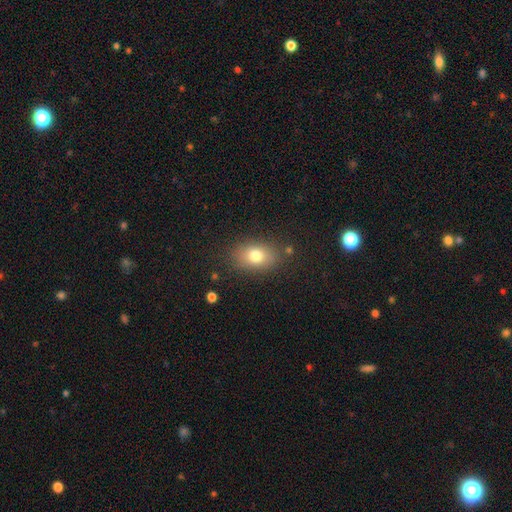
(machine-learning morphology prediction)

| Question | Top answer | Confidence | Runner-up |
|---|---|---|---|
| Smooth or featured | smooth | 77% | featured or disk (12%) |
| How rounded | in between | 77% | round (22%) |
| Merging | none | 82% | minor disturbance (12%) |